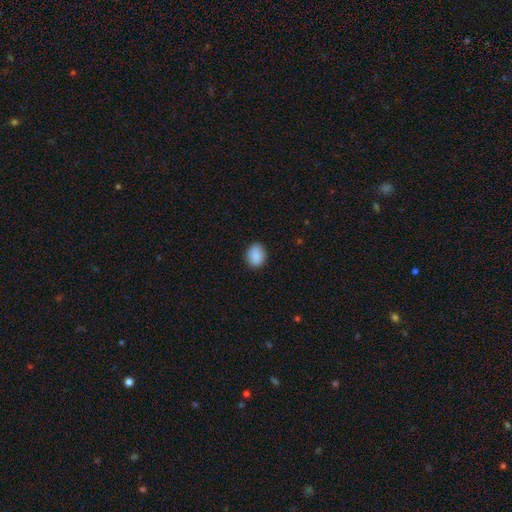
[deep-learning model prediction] A smooth galaxy with no disk features (88%) that is in between round and cigar-shaped (55%).

Vote fractions:
- Smooth or featured? smooth: 88% / star or artifact: 7% / featured or disk: 5%
- How rounded? in between: 55% / round: 44% / cigar-shaped: 1%
- Merging? none: 88% / minor disturbance: 9% / major disturbance: 2% / merger: 1%